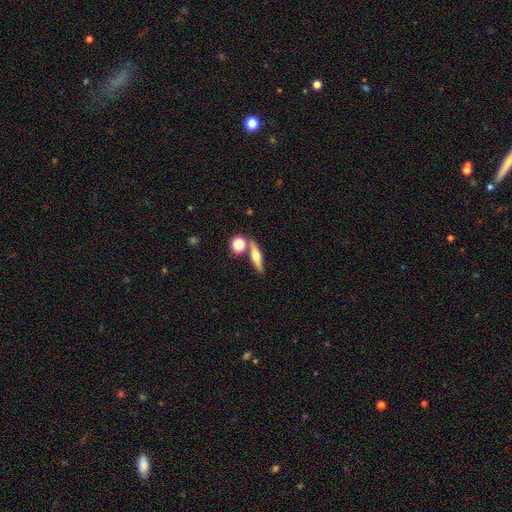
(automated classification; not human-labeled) featured or disk 54%, smooth 38%, star or artifact 8%. Down the decision tree: edge-on disk — yes (93%); edge-on bulge — rounded (94%); merging — none (76%).